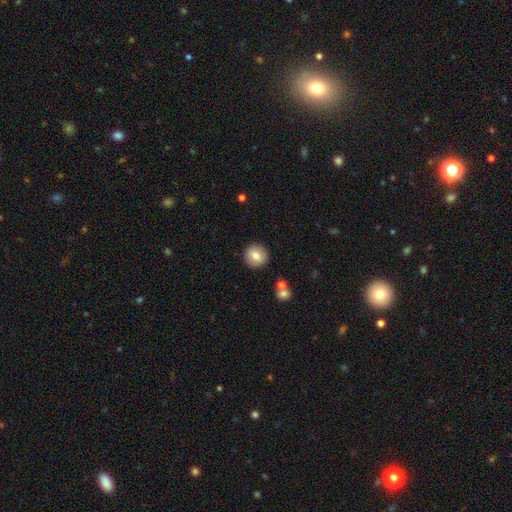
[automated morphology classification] This appears to be a smooth galaxy with no disk features (77%) that is round (93%). Merging: none (90%).